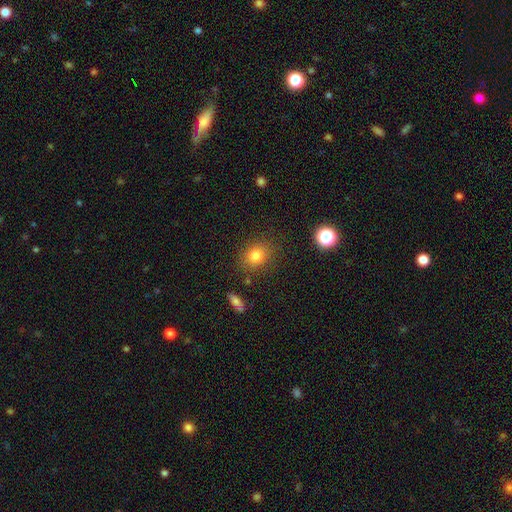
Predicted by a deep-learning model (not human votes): Overall: smooth (80%). How rounded: round (59%; in between 40%). Merging: none (81%).